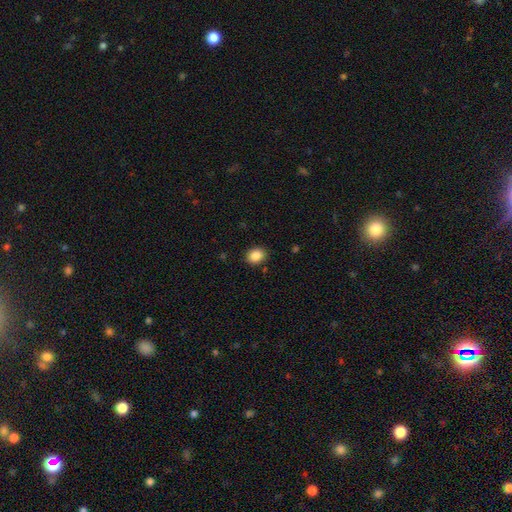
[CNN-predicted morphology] Overall: smooth (86%). How rounded: round (52%; in between 47%). Merging: none (88%).